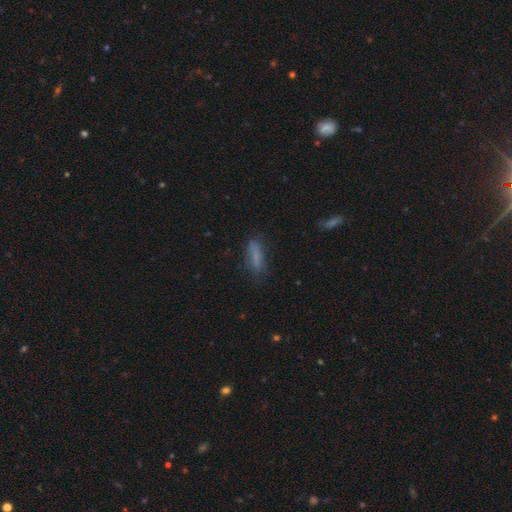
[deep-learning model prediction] Smooth or featured?
  - smooth: 75% *
  - featured or disk: 14%
  - star or artifact: 11%
How rounded?
  - cigar-shaped: 53% *
  - in between: 44%
  - round: 2%
Merging?
  - none: 67% *
  - minor disturbance: 22%
  - major disturbance: 9%
  - merger: 2%